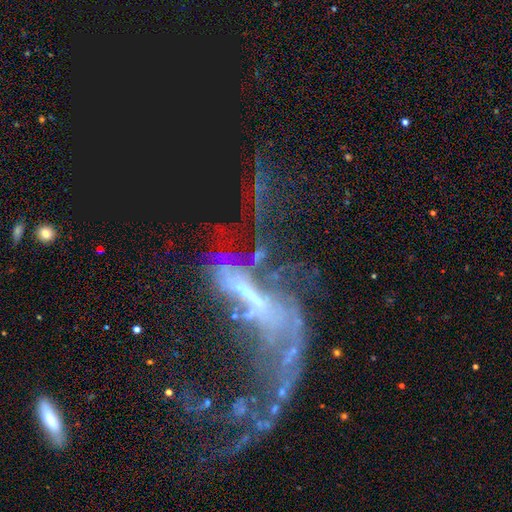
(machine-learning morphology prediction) smooth_or_featured: featured or disk (p=0.62) [alt: star or artifact p=0.25]
disk_edge_on: no (p=0.79) [alt: yes p=0.21]
merging: none (p=0.39) [alt: major disturbance p=0.33]